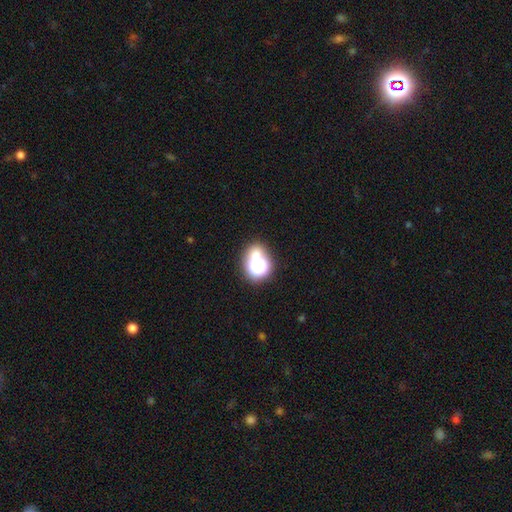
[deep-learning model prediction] This is possibly a smooth galaxy (51%). How rounded: likely round (71%). Merging: possibly none (57%).